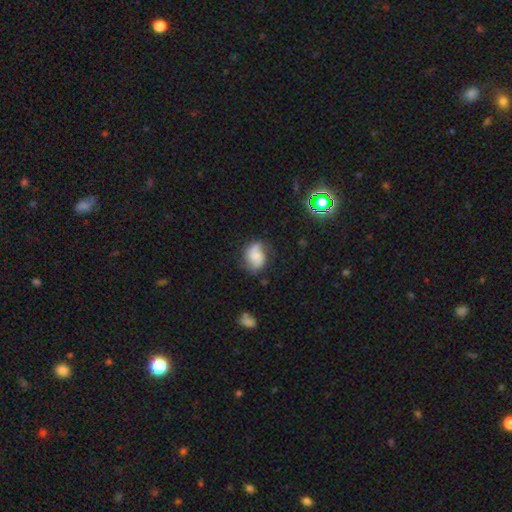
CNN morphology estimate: smooth 54%, featured or disk 36%, star or artifact 10%. Down the decision tree: how rounded — in between (65%); merging — none (58%).